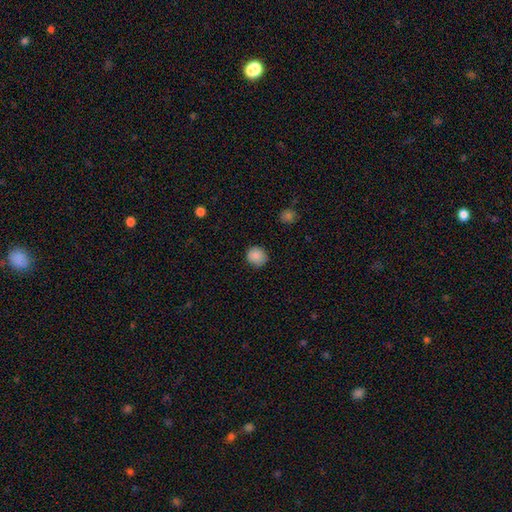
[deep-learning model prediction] Smooth or featured? Predicted: smooth (p=0.87). How rounded? Predicted: round (p=0.89). Merging? Predicted: none (p=0.87).